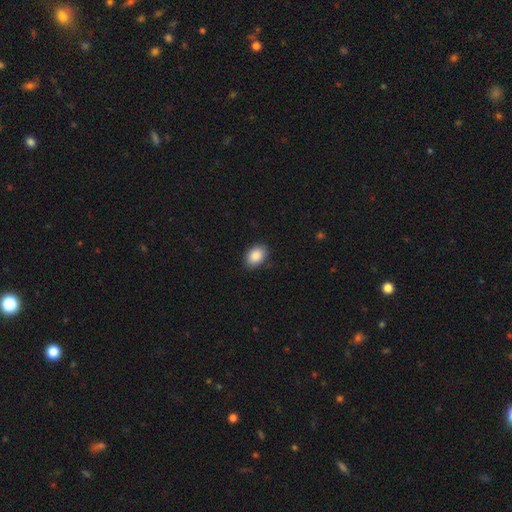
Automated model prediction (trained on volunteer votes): smooth 89%, star or artifact 7%, featured or disk 4%. Down the decision tree: how rounded — in between (82%); merging — none (86%).